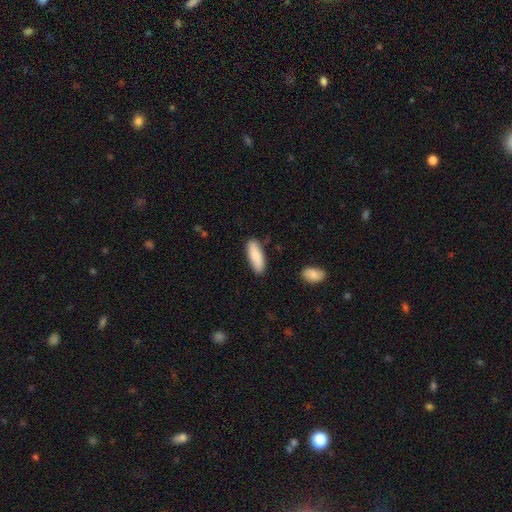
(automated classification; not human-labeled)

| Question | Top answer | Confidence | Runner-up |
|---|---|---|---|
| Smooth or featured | smooth | 85% | featured or disk (10%) |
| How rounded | in between | 60% | cigar-shaped (38%) |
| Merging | none | 85% | minor disturbance (11%) |